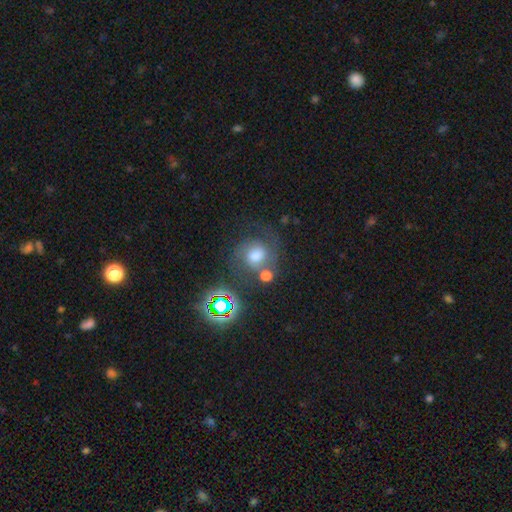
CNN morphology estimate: Smooth or featured?
  - featured or disk: 48% *
  - smooth: 33%
  - star or artifact: 20%
Merging?
  - none: 54% *
  - minor disturbance: 18%
  - merger: 15%
  - major disturbance: 14%